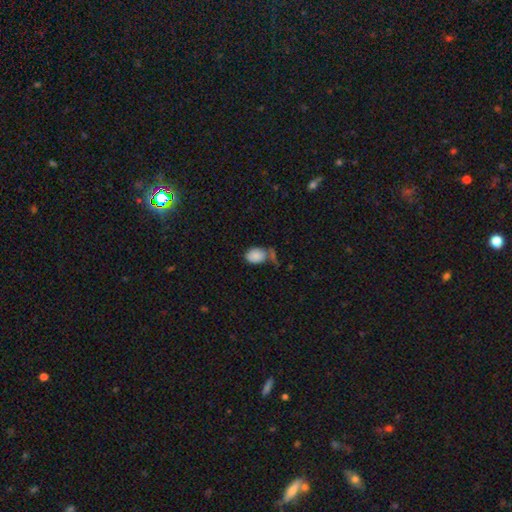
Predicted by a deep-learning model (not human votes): This is clearly a smooth galaxy (85%). How rounded: likely in between (77%). Merging: marginally none (42%).